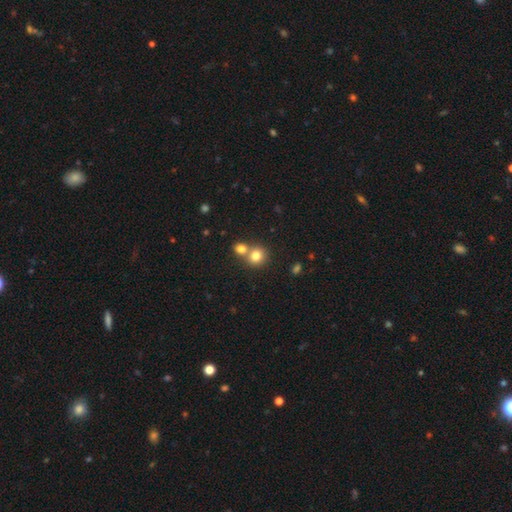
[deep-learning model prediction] Smooth or featured: smooth — 80% (star or artifact — 11%)
How rounded: round — 83% (in between — 16%)
Merging: merger — 46% (tied with none — 46%)